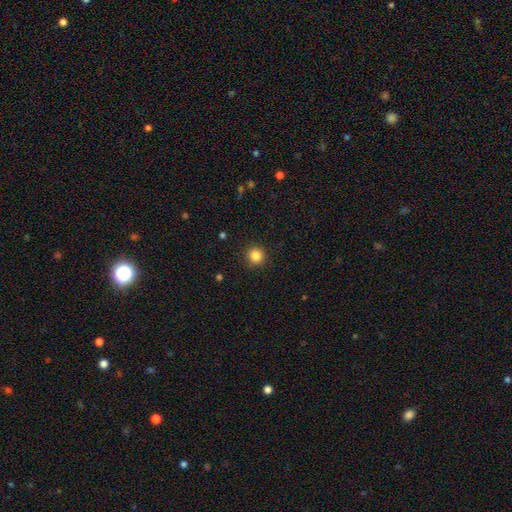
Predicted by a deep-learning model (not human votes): smooth_or_featured: smooth (p=0.84) [alt: star or artifact p=0.12]
how_rounded: round (p=0.94) [alt: in between p=0.05]
merging: none (p=0.92) [alt: minor disturbance p=0.05]